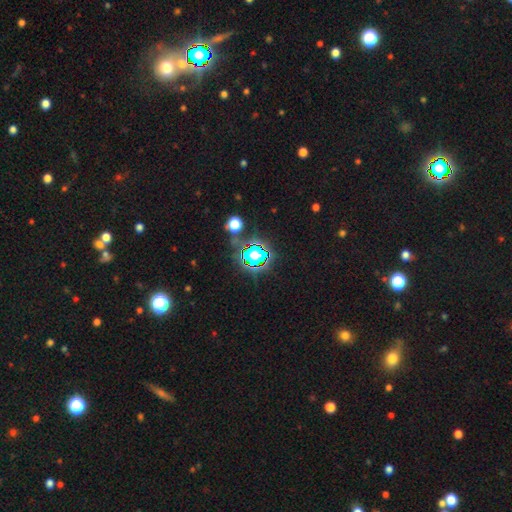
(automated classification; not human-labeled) Smooth or featured: star or artifact — 77% (smooth — 15%)